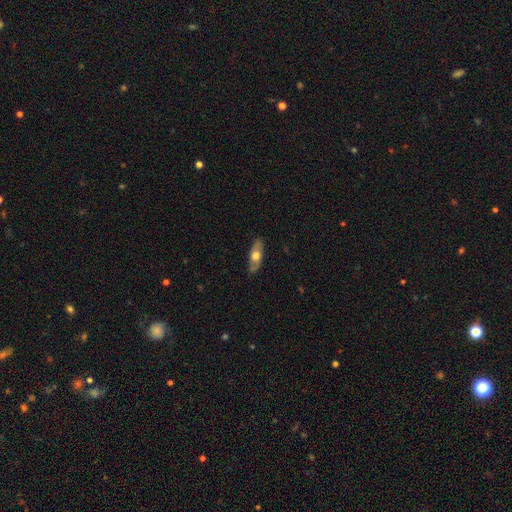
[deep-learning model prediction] The model was most divided on "smooth or featured": smooth: 53%, featured or disk: 41%, star or artifact: 6%. More confident: merging — none (87%); how rounded — in between (71%).